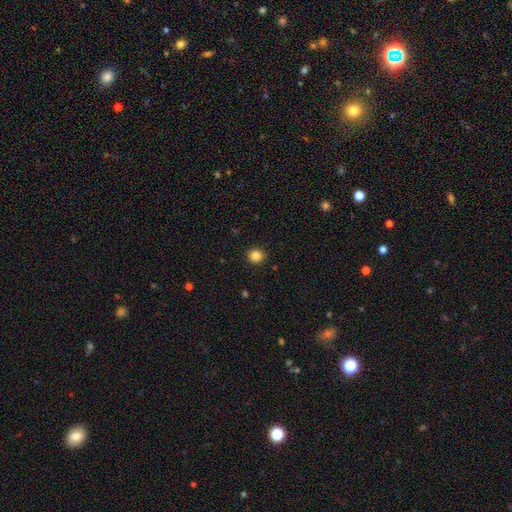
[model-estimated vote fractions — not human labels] smooth-or-featured: smooth: 85% | star or artifact: 11% | featured or disk: 4%
  how-rounded: round: 87% | in between: 12% | cigar-shaped: 1%
  merging: none: 92% | minor disturbance: 5% | major disturbance: 2% | merger: 1%